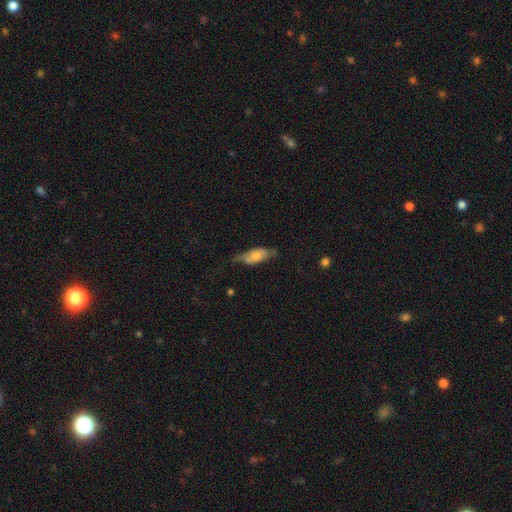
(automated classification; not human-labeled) smooth 56%, featured or disk 37%, star or artifact 6%. Down the decision tree: how rounded — in between (70%); merging — none (57%).